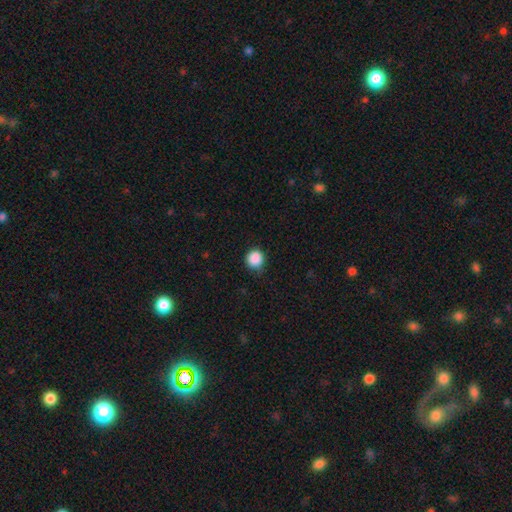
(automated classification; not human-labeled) Q: Smooth or featured?
A: smooth (88%); runner-up: star or artifact (9%)
Q: How rounded?
A: round (92%); runner-up: in between (7%)
Q: Merging?
A: none (81%); runner-up: minor disturbance (14%)